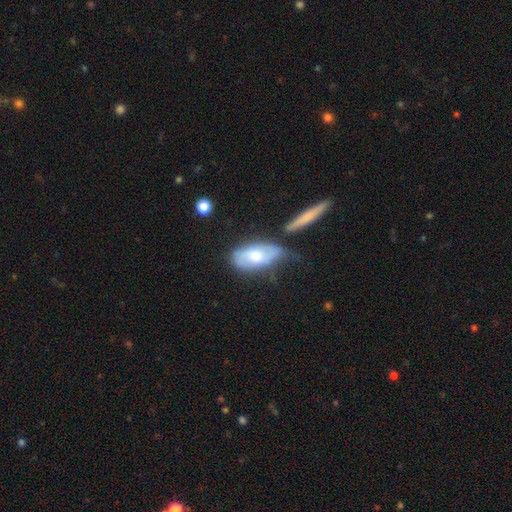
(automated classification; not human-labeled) Smooth or featured: smooth — 54% (featured or disk — 39%)
How rounded: in between — 85% (cigar-shaped — 10%)
Merging: none — 48% (minor disturbance — 25%)